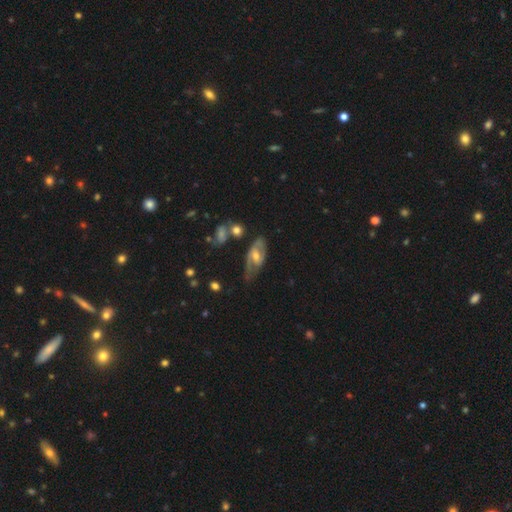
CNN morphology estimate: Overall: featured or disk (68%). Edge-on disk: no (88%). Bar: weak (44%; no 39%). Spiral arms: yes (72%). Bulge size: moderate (59%; small 33%). Merging: none (56%; minor disturbance 26%).